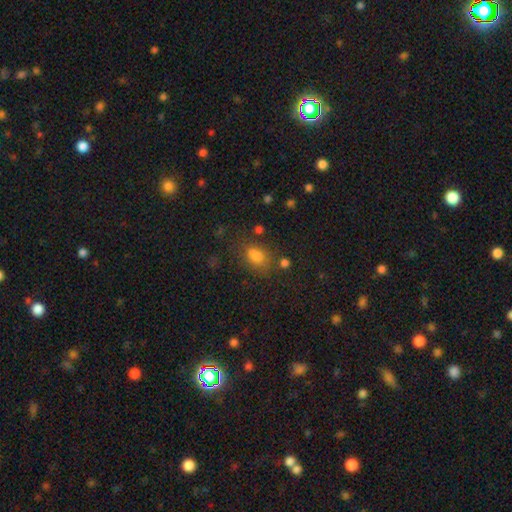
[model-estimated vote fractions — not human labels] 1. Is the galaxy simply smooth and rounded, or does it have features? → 77% smooth, 15% star or artifact, 8% featured or disk.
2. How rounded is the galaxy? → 78% in between, 19% round, 3% cigar-shaped.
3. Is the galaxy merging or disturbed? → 66% none, 19% minor disturbance, 8% major disturbance, 7% merger.